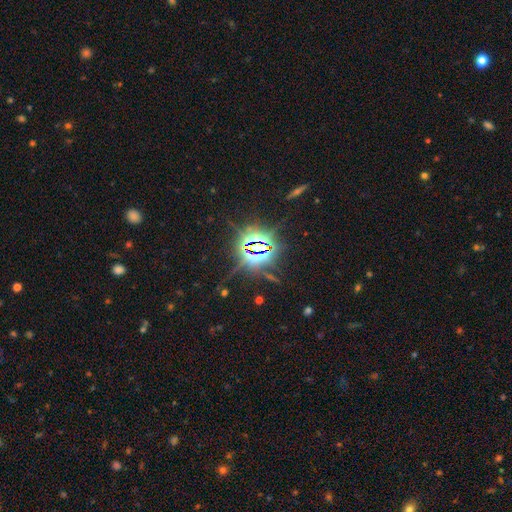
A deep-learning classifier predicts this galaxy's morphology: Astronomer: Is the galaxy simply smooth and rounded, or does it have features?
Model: star or artifact — 85%.